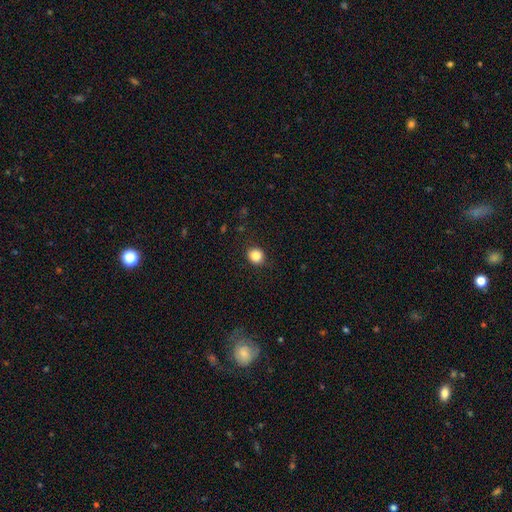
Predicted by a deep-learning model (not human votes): Smooth or featured: smooth — 86% (star or artifact — 10%)
How rounded: round — 82% (in between — 17%)
Merging: none — 88% (minor disturbance — 8%)